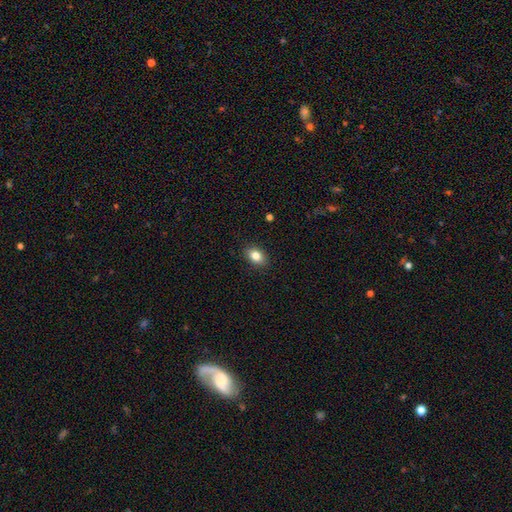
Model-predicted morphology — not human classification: smooth 83%, star or artifact 9%, featured or disk 8%. Down the decision tree: how rounded — in between (80%); merging — none (88%).